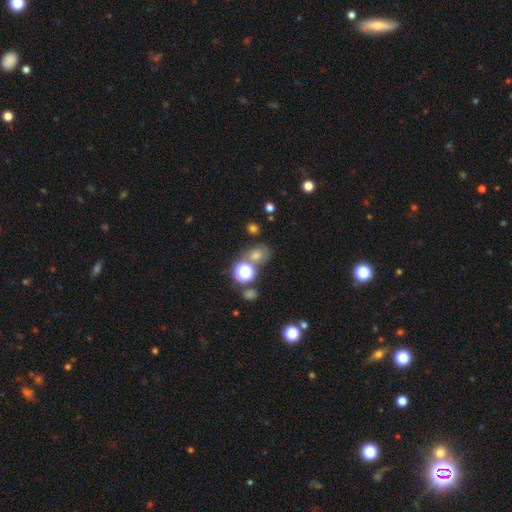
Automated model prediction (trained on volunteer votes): Smooth or featured?
  - smooth: 51% *
  - star or artifact: 39%
  - featured or disk: 10%
How rounded?
  - round: 62% *
  - in between: 37%
  - cigar-shaped: 2%
Merging?
  - none: 67% *
  - merger: 17%
  - minor disturbance: 11%
  - major disturbance: 5%